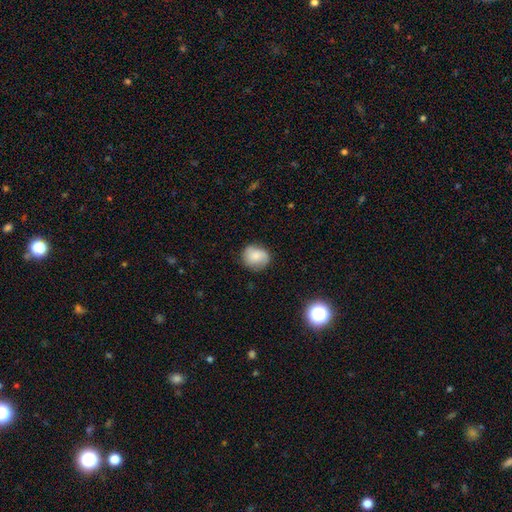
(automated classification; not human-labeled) Q: Smooth or featured?
A: smooth (76%); runner-up: featured or disk (16%)
Q: How rounded?
A: round (74%); runner-up: in between (26%)
Q: Merging?
A: none (74%); runner-up: minor disturbance (19%)